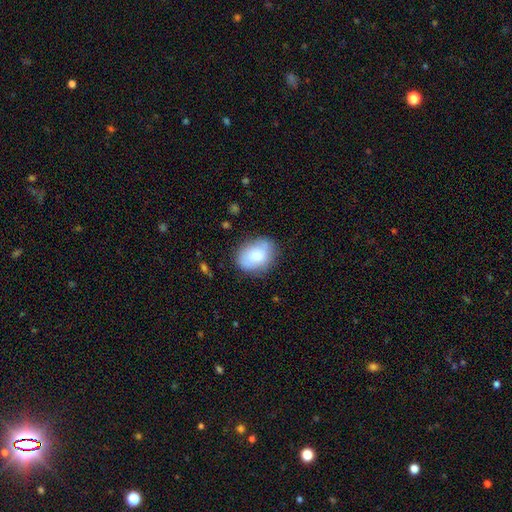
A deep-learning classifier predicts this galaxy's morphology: The model was most divided on "how rounded": in between: 72%, round: 27%, cigar-shaped: 1%. More confident: smooth or featured — smooth (76%); merging — none (75%).